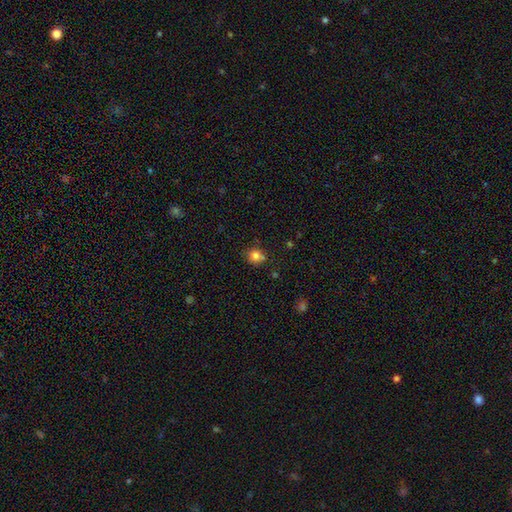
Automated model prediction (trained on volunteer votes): smooth-or-featured: smooth: 79% | star or artifact: 13% | featured or disk: 8%
  how-rounded: round: 83% | in between: 16% | cigar-shaped: 1%
  merging: none: 69% | minor disturbance: 15% | merger: 12% | major disturbance: 4%